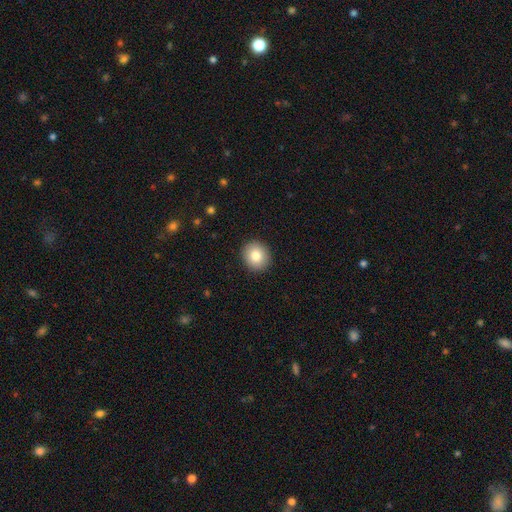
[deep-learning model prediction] This is clearly a smooth galaxy (83%). How rounded: clearly round (82%). Merging: clearly none (92%).